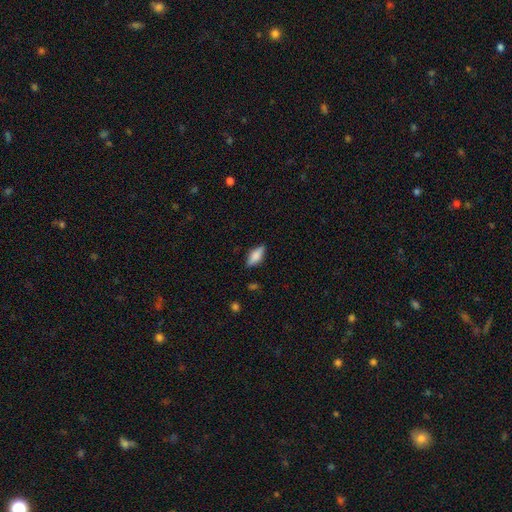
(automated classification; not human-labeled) This appears to be a smooth galaxy with no disk features (72%) that is in between round and cigar-shaped (74%). Merging: none (82%).